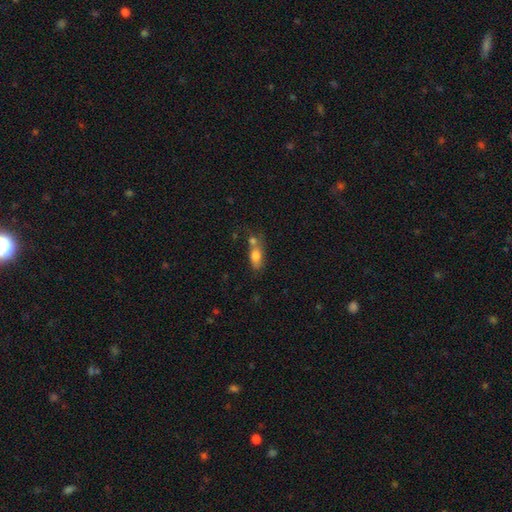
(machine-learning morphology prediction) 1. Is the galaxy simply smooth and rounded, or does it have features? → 78% smooth, 13% featured or disk, 9% star or artifact.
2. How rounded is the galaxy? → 79% in between, 11% round, 9% cigar-shaped.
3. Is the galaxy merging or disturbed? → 42% merger, 37% none, 15% minor disturbance, 7% major disturbance.